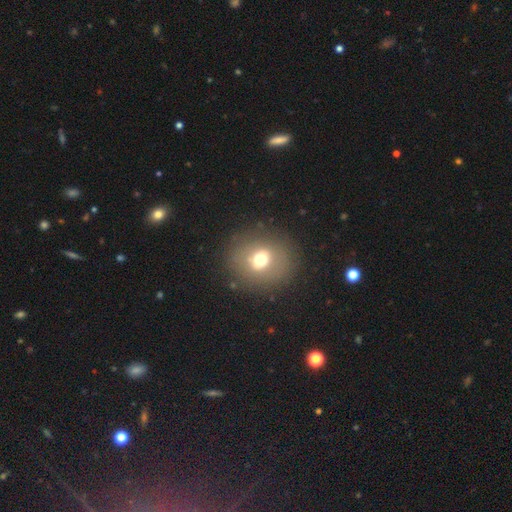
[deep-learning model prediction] A smooth galaxy with no disk features (60%) that is round (87%). Merging: none (89%).